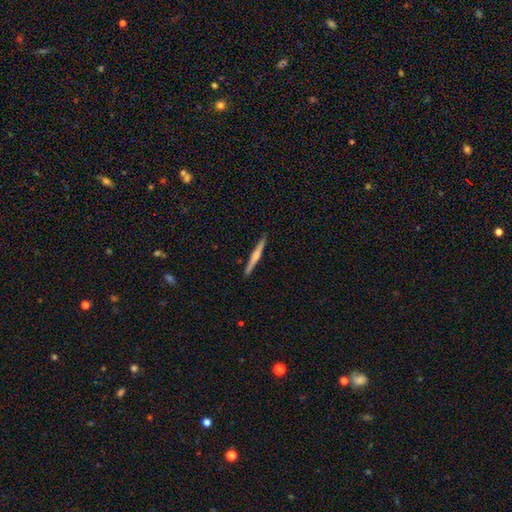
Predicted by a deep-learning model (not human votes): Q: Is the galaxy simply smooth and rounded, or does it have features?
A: featured or disk — 51%.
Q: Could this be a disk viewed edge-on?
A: yes — 98%.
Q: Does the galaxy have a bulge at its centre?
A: rounded — 54%.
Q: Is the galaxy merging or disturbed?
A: none — 91%.